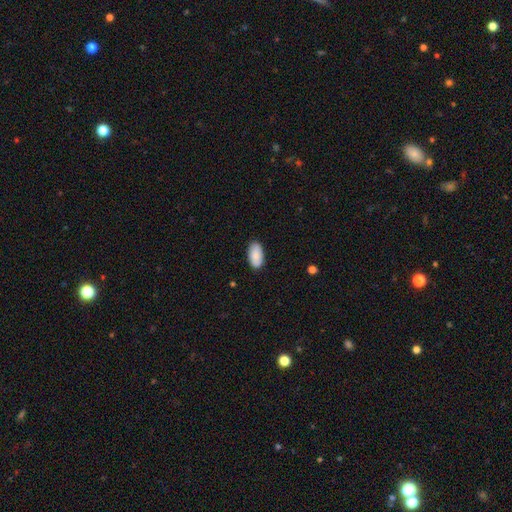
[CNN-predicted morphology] A smooth galaxy with no disk features (88%) that is in between round and cigar-shaped (95%). Merging: none (86%).